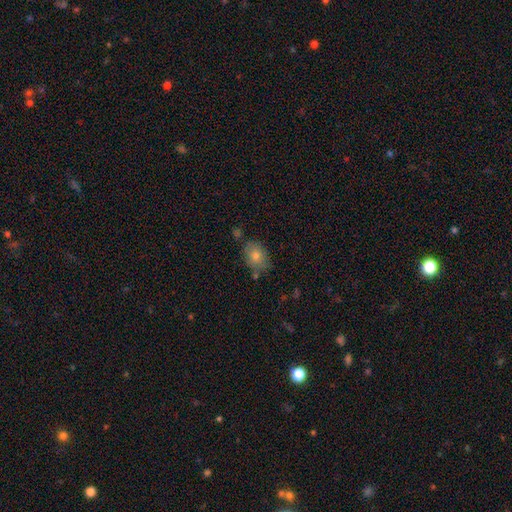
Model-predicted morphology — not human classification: The model was most divided on "how rounded": in between: 66%, round: 32%, cigar-shaped: 1%. More confident: smooth or featured — smooth (76%); merging — none (74%).